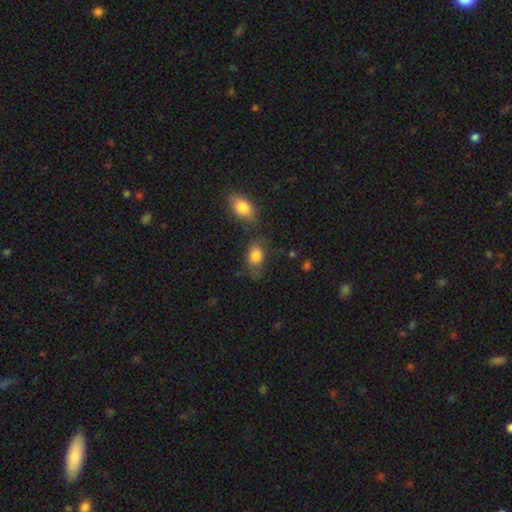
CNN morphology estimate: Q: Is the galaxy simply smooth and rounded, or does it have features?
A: smooth — 82%.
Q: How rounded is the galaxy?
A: in between — 81%.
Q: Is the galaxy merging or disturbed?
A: none — 52%.